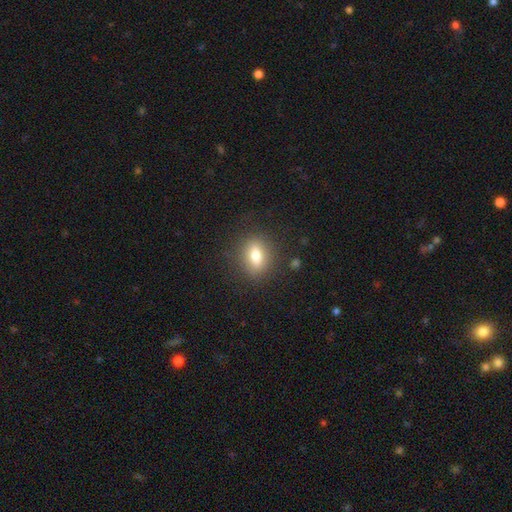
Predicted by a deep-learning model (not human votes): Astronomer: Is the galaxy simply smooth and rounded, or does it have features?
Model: smooth — 74%.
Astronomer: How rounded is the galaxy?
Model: in between — 61%.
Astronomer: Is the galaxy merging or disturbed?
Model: none — 85%.